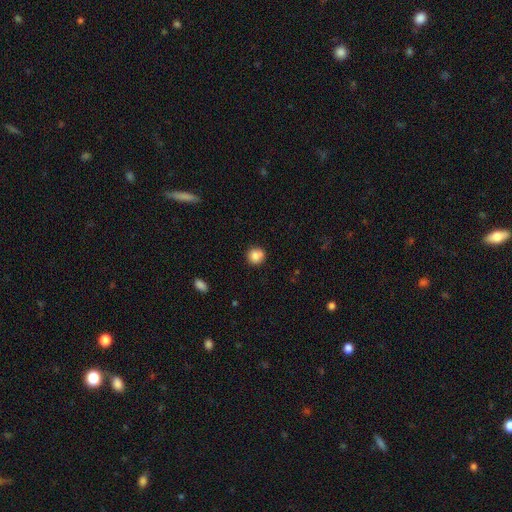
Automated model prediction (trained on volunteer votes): Smooth or featured? smooth (83%)
How rounded? round (90%)
Merging? none (76%)